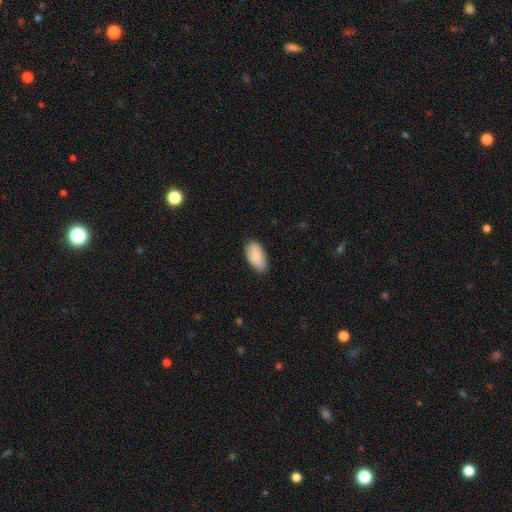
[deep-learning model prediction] A smooth galaxy with no disk features (87%) that is in between round and cigar-shaped (94%).

Vote fractions:
- Smooth or featured? smooth: 87% / featured or disk: 7% / star or artifact: 6%
- How rounded? in between: 94% / cigar-shaped: 4% / round: 2%
- Merging? none: 80% / minor disturbance: 16% / major disturbance: 2% / merger: 1%